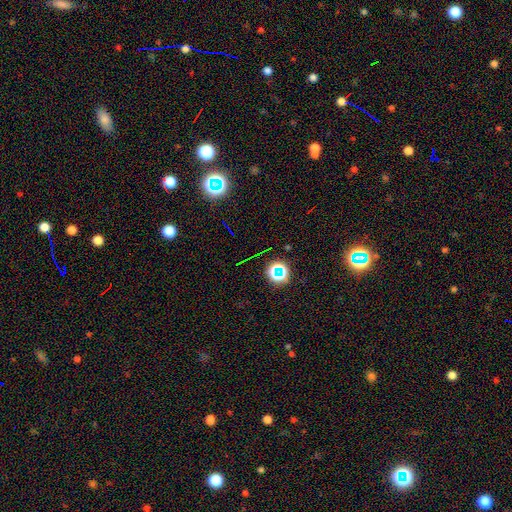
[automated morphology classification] smooth_or_featured: star or artifact (p=0.71) [alt: smooth p=0.19]